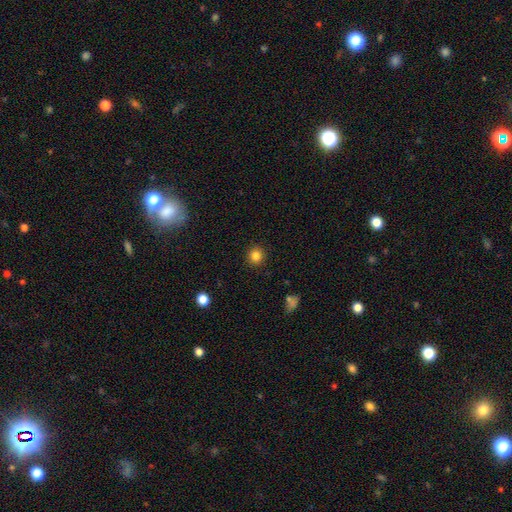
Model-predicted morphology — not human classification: This is clearly a smooth galaxy (83%). How rounded: clearly round (93%). Merging: clearly none (92%).